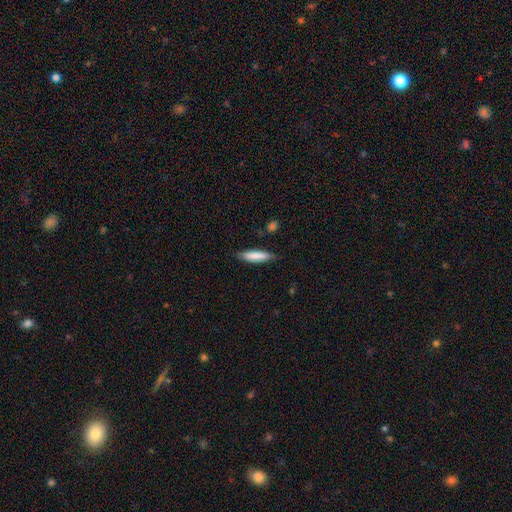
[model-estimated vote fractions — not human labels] Smooth or featured: smooth — 82% (featured or disk — 12%)
How rounded: cigar-shaped — 78% (in between — 20%)
Merging: none — 85% (minor disturbance — 12%)